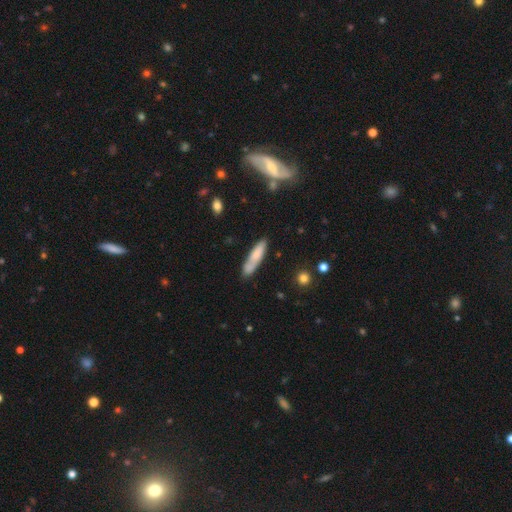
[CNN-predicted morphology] This is likely a smooth galaxy (71%). How rounded: likely cigar-shaped (77%). Merging: likely none (70%).